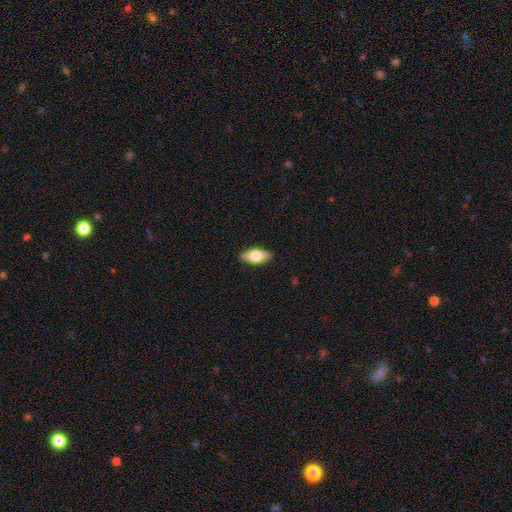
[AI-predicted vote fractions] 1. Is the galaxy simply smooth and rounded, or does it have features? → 64% smooth, 30% featured or disk, 6% star or artifact.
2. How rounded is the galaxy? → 83% in between, 14% cigar-shaped, 4% round.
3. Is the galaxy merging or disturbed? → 88% none, 9% minor disturbance, 2% major disturbance, 1% merger.